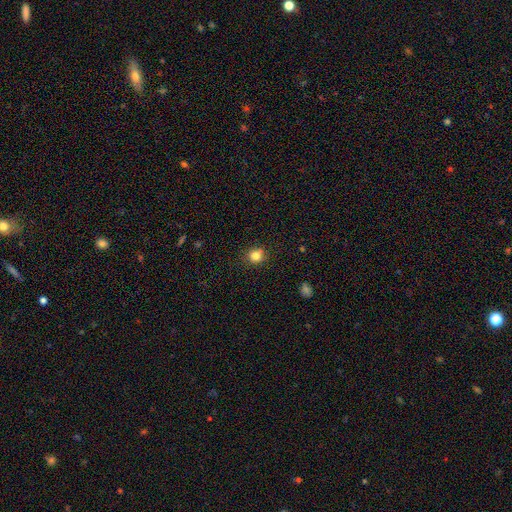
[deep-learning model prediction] Q: Smooth or featured?
A: smooth (83%); runner-up: star or artifact (12%)
Q: How rounded?
A: round (84%); runner-up: in between (15%)
Q: Merging?
A: none (86%); runner-up: minor disturbance (10%)